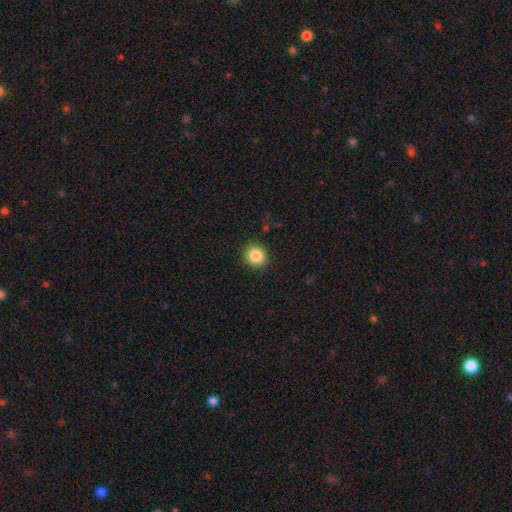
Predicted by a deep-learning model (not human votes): Smooth or featured?
  - smooth: 85% *
  - star or artifact: 10%
  - featured or disk: 5%
How rounded?
  - round: 87% *
  - in between: 12%
  - cigar-shaped: 1%
Merging?
  - none: 89% *
  - minor disturbance: 7%
  - major disturbance: 2%
  - merger: 1%